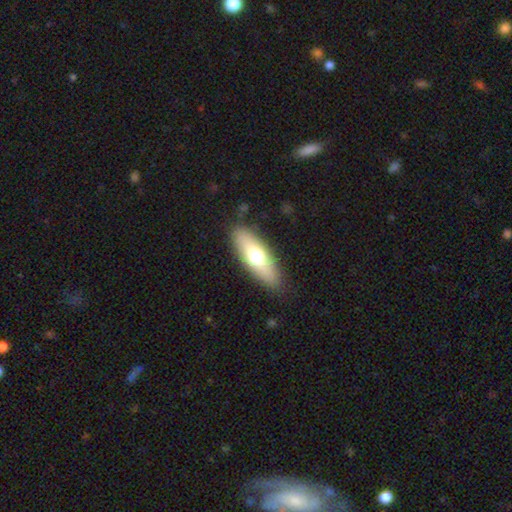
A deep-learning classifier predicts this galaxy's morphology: type=smooth (65%); roundness=in between (63%); merging=none (86%).